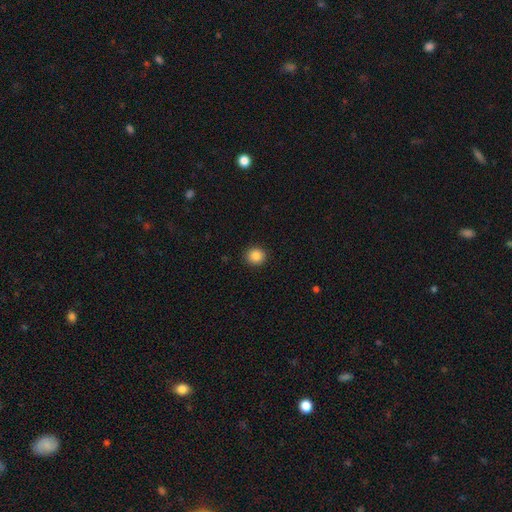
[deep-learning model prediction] A smooth galaxy with no disk features (87%) that is round (88%). Merging: none (92%).